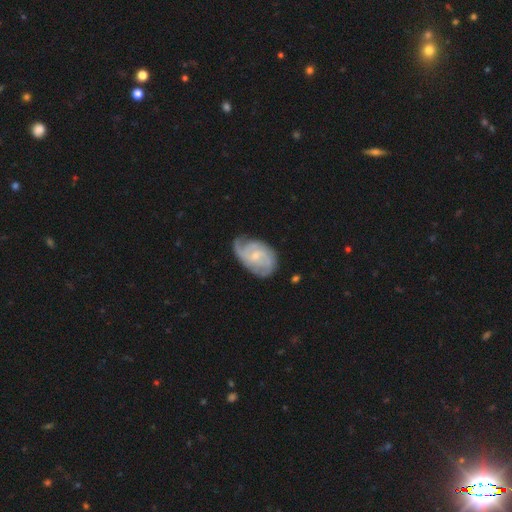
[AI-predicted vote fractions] Smooth or featured?
  - featured or disk: 82% *
  - smooth: 13%
  - star or artifact: 5%
Edge-on disk?
  - no: 97% *
  - yes: 3%
Bar?
  - no: 55% *
  - weak: 39%
  - strong: 5%
Spiral arms?
  - yes: 95% *
  - no: 5%
Spiral winding?
  - tight: 45% *
  - medium: 41%
  - loose: 14%
Spiral arm count?
  - 2: 34% *
  - 3: 25%
  - can't tell: 24%
  - 4: 7%
  - 1: 5%
  - more than 4: 4%
Bulge size?
  - small: 65% *
  - moderate: 29%
  - none: 4%
  - large: 1%
  - dominant: 1%
Merging?
  - none: 60% *
  - minor disturbance: 28%
  - major disturbance: 10%
  - merger: 2%